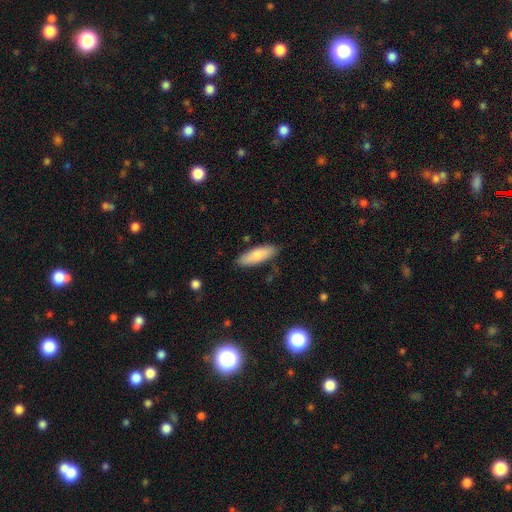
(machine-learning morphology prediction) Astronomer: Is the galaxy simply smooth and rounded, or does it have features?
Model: smooth — 79%.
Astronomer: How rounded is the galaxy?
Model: in between — 56% (runner-up: cigar-shaped, 43%).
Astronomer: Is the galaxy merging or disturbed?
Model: none — 84%.